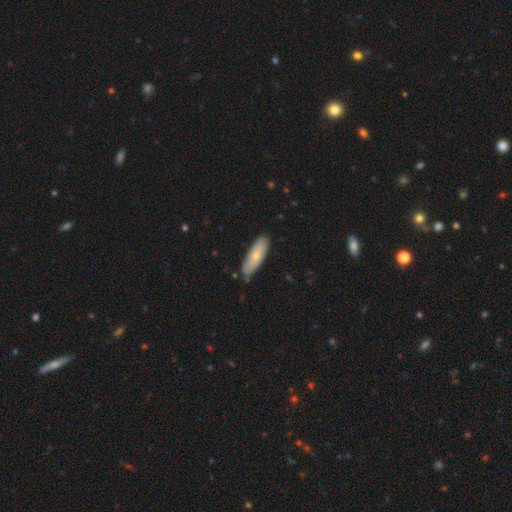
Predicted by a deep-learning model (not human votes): A smooth galaxy with no disk features (69%) that is in between round and cigar-shaped (51%). Merging: none (76%).